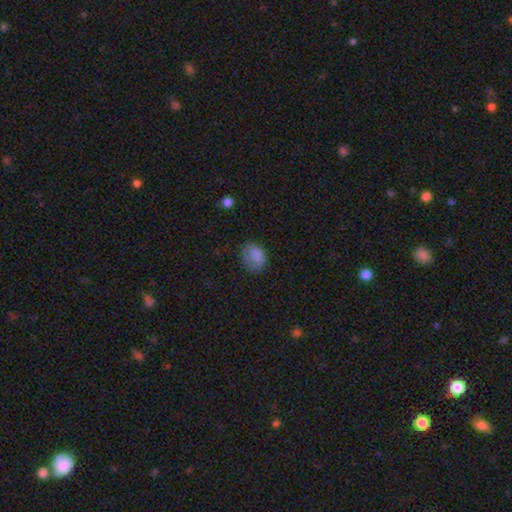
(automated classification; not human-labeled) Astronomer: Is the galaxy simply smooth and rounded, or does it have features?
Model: smooth — 80%.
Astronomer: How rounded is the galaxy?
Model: in between — 65%.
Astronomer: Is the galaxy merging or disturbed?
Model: none — 54%.